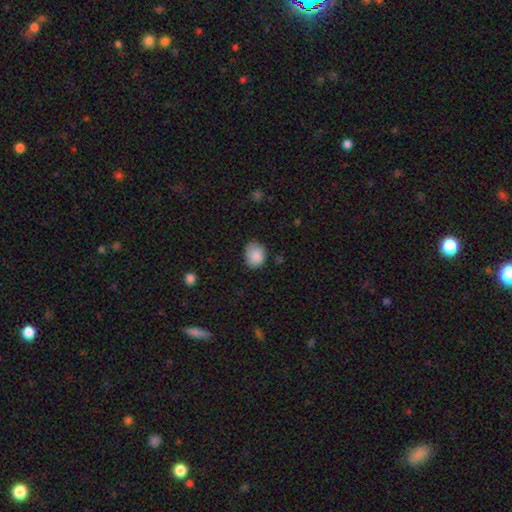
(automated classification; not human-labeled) A smooth galaxy with no disk features (87%) that is round (53%). Merging: none (70%).